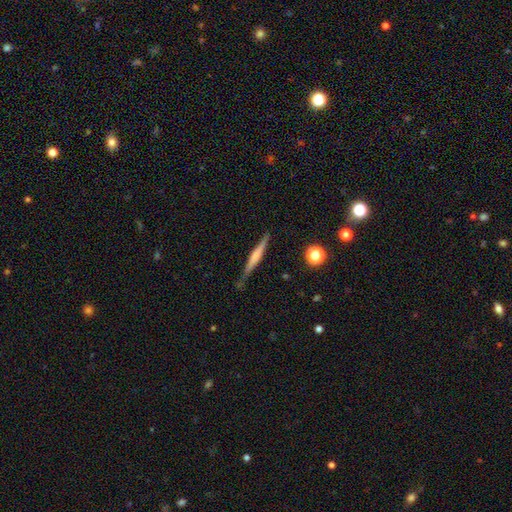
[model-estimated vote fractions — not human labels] The model was most divided on "edge-on bulge": rounded: 37%, none: 32%, boxy: 30%. More confident: edge-on disk — yes (97%); merging — none (82%); smooth or featured — featured or disk (54%).